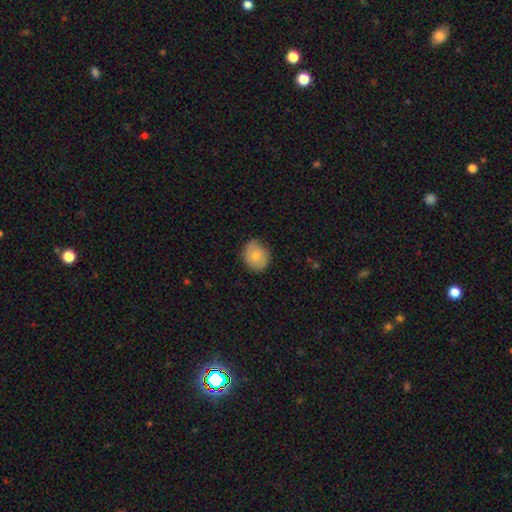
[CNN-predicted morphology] A smooth galaxy with no disk features (72%) that is round (64%).

Vote fractions:
- Smooth or featured? smooth: 72% / featured or disk: 21% / star or artifact: 7%
- How rounded? round: 64% / in between: 35% / cigar-shaped: 1%
- Merging? none: 71% / minor disturbance: 23% / major disturbance: 4% / merger: 1%